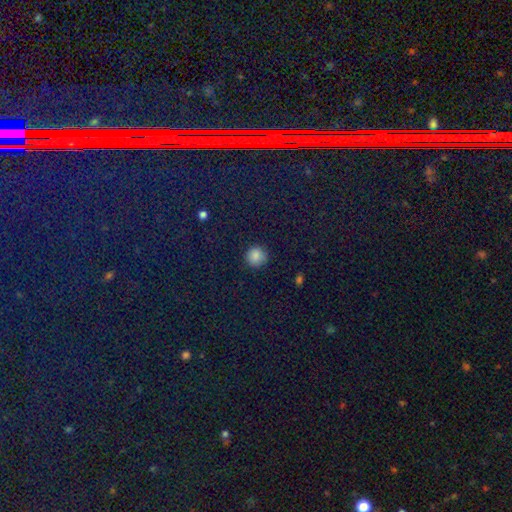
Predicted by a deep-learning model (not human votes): The model was most divided on "smooth or featured": smooth: 84%, star or artifact: 12%, featured or disk: 4%. More confident: how rounded — round (93%); merging — none (88%).